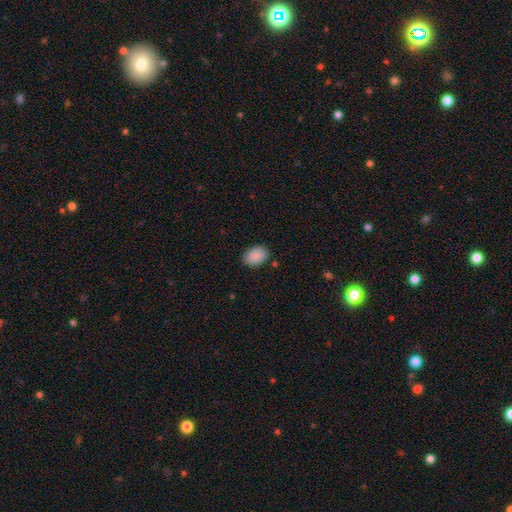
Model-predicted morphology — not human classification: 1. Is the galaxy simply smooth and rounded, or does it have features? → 90% smooth, 7% star or artifact, 3% featured or disk.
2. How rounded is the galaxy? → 83% in between, 16% round, 1% cigar-shaped.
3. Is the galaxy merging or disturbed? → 85% none, 11% minor disturbance, 2% major disturbance, 1% merger.